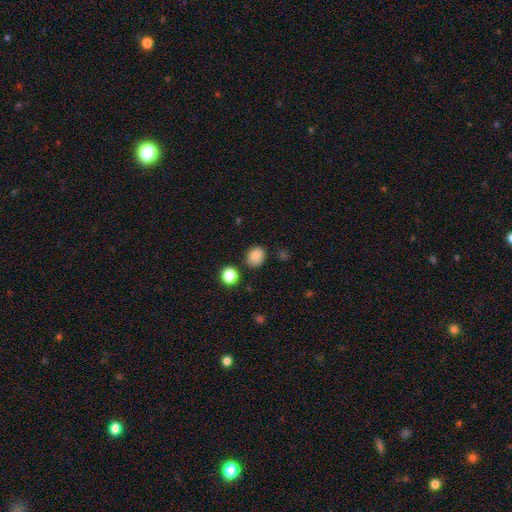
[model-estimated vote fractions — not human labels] smooth 84%, star or artifact 11%, featured or disk 5%. Down the decision tree: how rounded — round (60%); merging — none (82%).